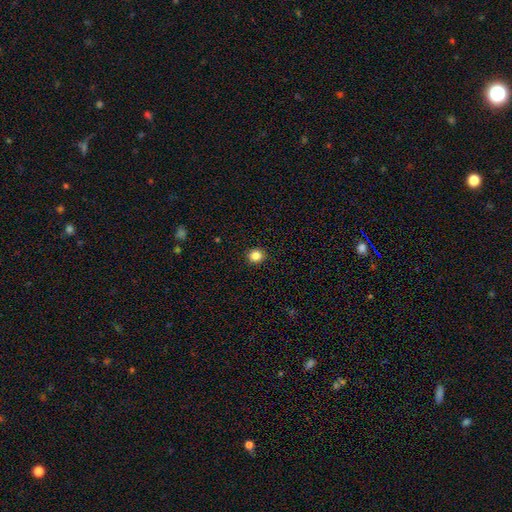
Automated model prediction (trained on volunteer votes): The model was most divided on "how rounded": round: 81%, in between: 18%, cigar-shaped: 1%. More confident: merging — none (92%); smooth or featured — smooth (84%).